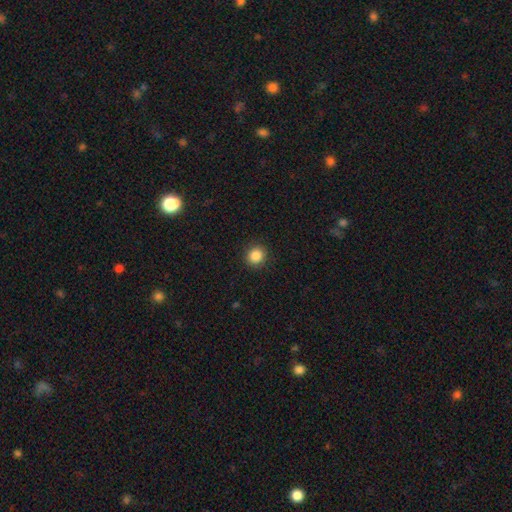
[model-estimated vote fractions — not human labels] The model was most divided on "how rounded": round: 87%, in between: 12%, cigar-shaped: 1%. More confident: merging — none (91%); smooth or featured — smooth (86%).